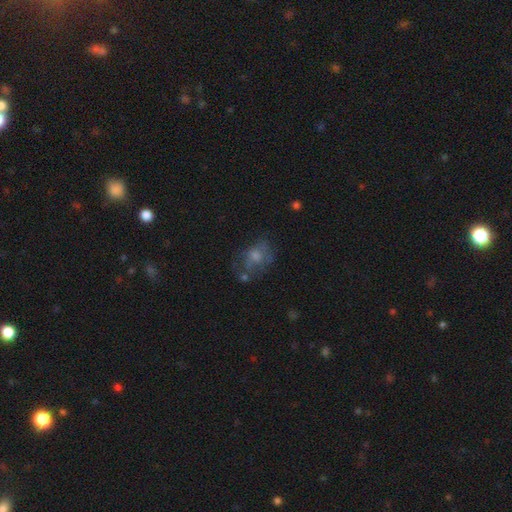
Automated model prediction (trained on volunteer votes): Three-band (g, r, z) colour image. It shows a smooth galaxy with no disk features (43%). Merging: none (50%).